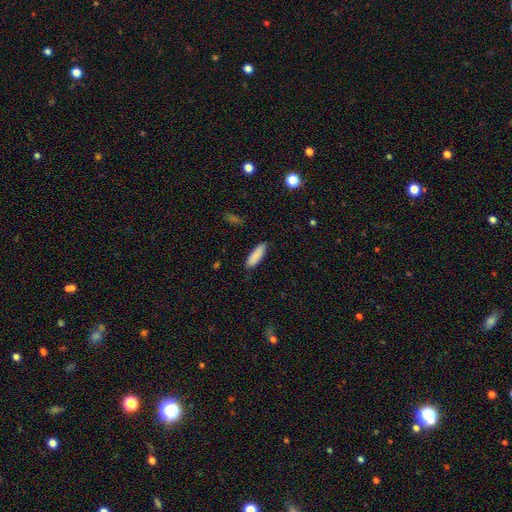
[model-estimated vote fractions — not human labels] Morphology: type=smooth (89%); roundness=cigar-shaped (52%); merging=none (86%).